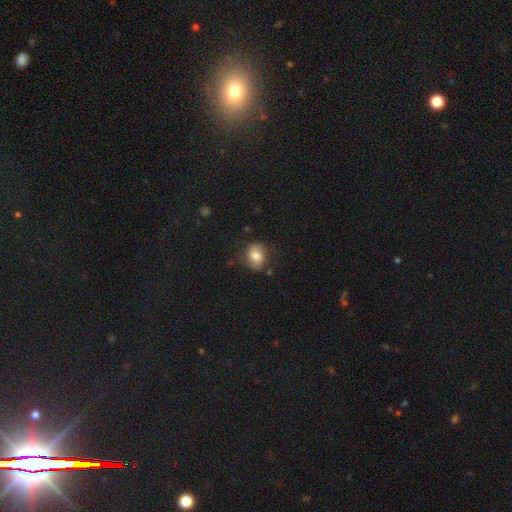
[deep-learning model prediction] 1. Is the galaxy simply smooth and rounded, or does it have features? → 69% smooth, 23% featured or disk, 8% star or artifact.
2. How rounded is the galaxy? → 54% in between, 45% round, 1% cigar-shaped.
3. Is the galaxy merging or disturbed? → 72% none, 20% minor disturbance, 6% major disturbance, 2% merger.